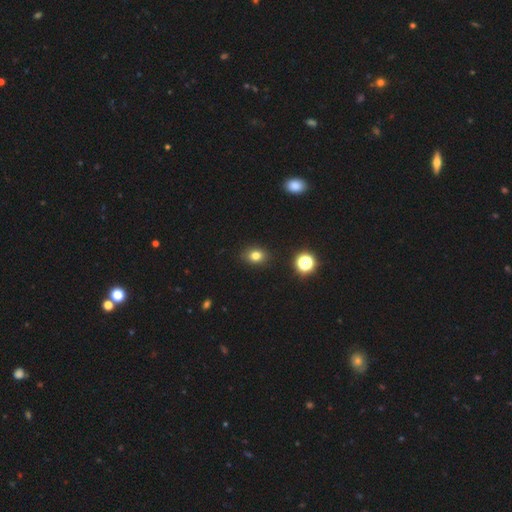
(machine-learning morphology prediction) Q: Smooth or featured?
A: smooth (78%); runner-up: star or artifact (15%)
Q: How rounded?
A: in between (52%); runner-up: round (47%)
Q: Merging?
A: none (89%); runner-up: minor disturbance (8%)